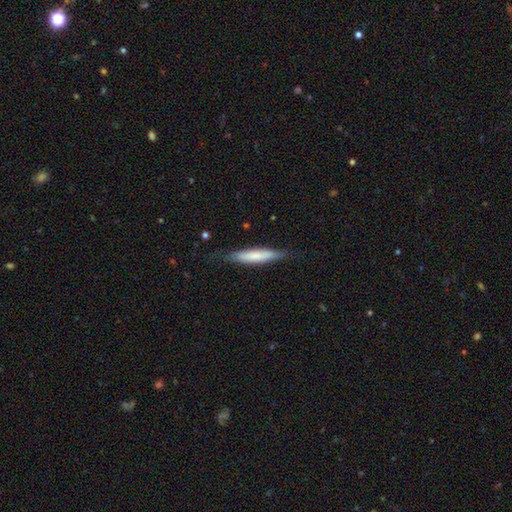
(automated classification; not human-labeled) Smooth or featured: smooth — 68% (featured or disk — 26%)
How rounded: cigar-shaped — 89% (in between — 10%)
Merging: none — 78% (minor disturbance — 17%)